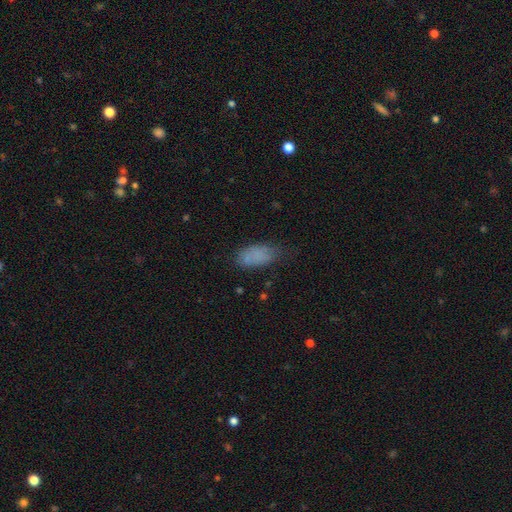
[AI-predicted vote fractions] This appears to be a smooth galaxy with no disk features (79%) that is in between round and cigar-shaped (89%). Merging: none (58%).